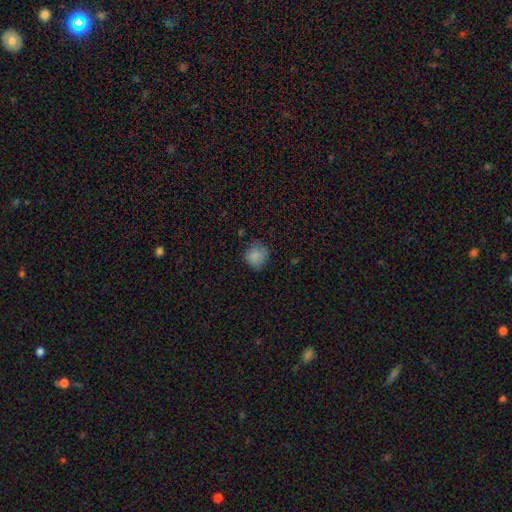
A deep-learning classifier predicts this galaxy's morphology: Smooth or featured: smooth — 83% (star or artifact — 11%)
How rounded: round — 85% (in between — 14%)
Merging: none — 74% (minor disturbance — 20%)